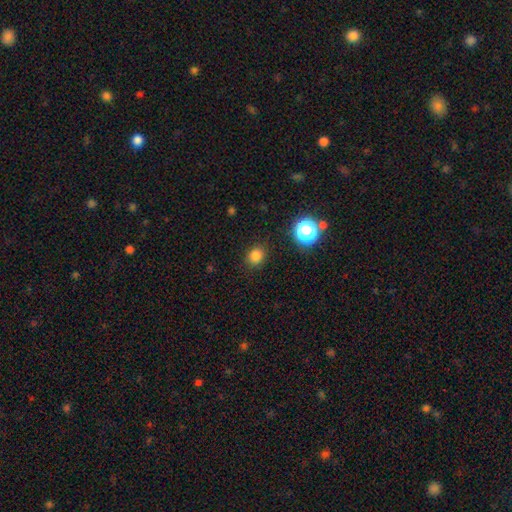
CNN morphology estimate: Smooth or featured?
  - smooth: 81% *
  - star or artifact: 15%
  - featured or disk: 4%
How rounded?
  - round: 72% *
  - in between: 27%
  - cigar-shaped: 1%
Merging?
  - none: 87% *
  - minor disturbance: 8%
  - major disturbance: 3%
  - merger: 2%